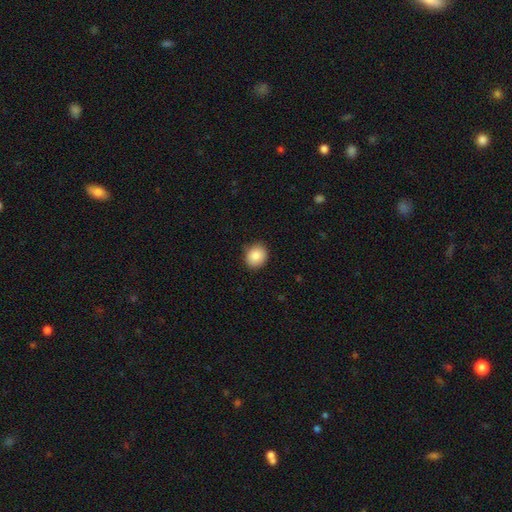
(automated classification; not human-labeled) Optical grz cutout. It shows a smooth galaxy with no disk features (87%) that is round (64%). Merging: none (86%).